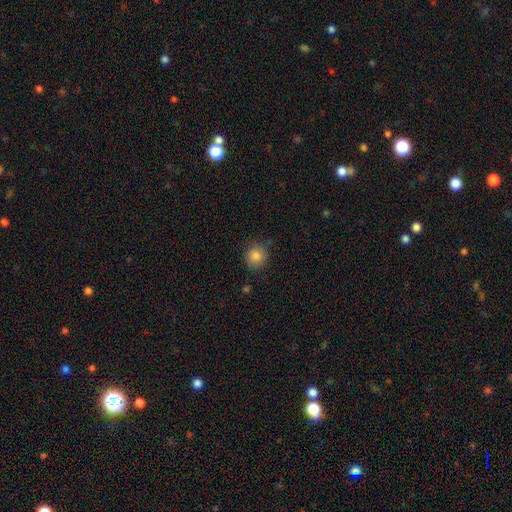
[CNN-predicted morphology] Smooth or featured?
  - smooth: 84% *
  - star or artifact: 11%
  - featured or disk: 5%
How rounded?
  - round: 90% *
  - in between: 9%
  - cigar-shaped: 1%
Merging?
  - none: 84% *
  - minor disturbance: 11%
  - major disturbance: 3%
  - merger: 2%